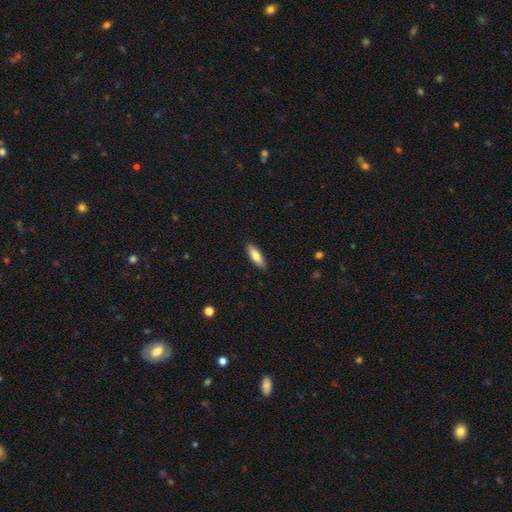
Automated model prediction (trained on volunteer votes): This appears to be a smooth galaxy with no disk features (74%) that is in between round and cigar-shaped (53%). Merging: none (89%).